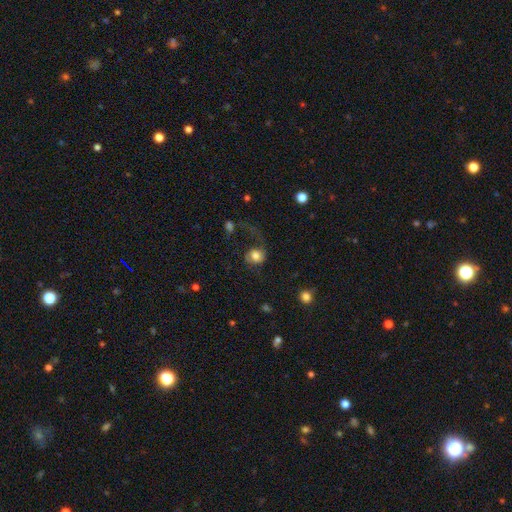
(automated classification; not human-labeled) A smooth galaxy with no disk features (63%) that is round (71%). Merging: major disturbance (46%).